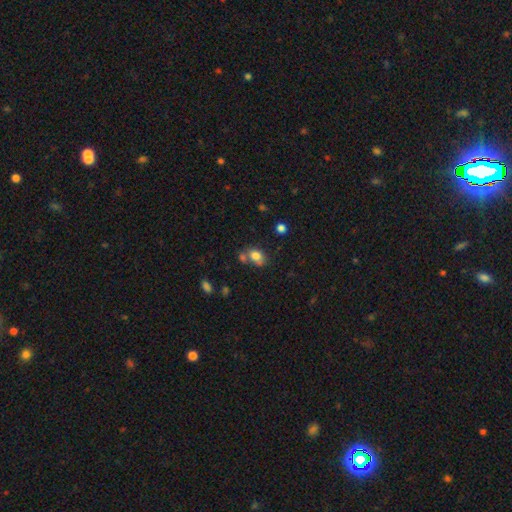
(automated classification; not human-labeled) A smooth galaxy with no disk features (79%) that is in between round and cigar-shaped (64%).

Vote fractions:
- Smooth or featured? smooth: 79% / star or artifact: 11% / featured or disk: 11%
- How rounded? in between: 64% / round: 35% / cigar-shaped: 1%
- Merging? none: 46% / merger: 33% / minor disturbance: 16% / major disturbance: 6%